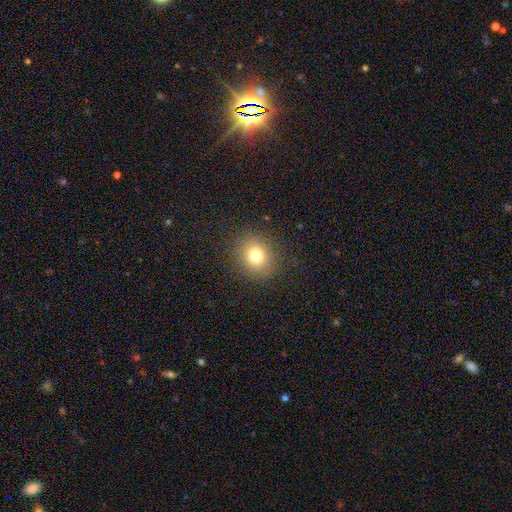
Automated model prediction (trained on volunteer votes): smooth-or-featured: smooth: 76% | star or artifact: 14% | featured or disk: 10%
  how-rounded: round: 77% | in between: 22% | cigar-shaped: 1%
  merging: none: 87% | minor disturbance: 8% | major disturbance: 4% | merger: 1%